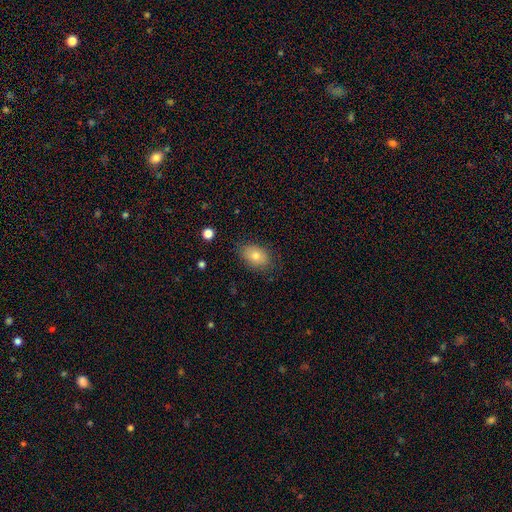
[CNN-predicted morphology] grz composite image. It shows a smooth galaxy with no disk features (78%) that is in between round and cigar-shaped (83%). Merging: none (83%).